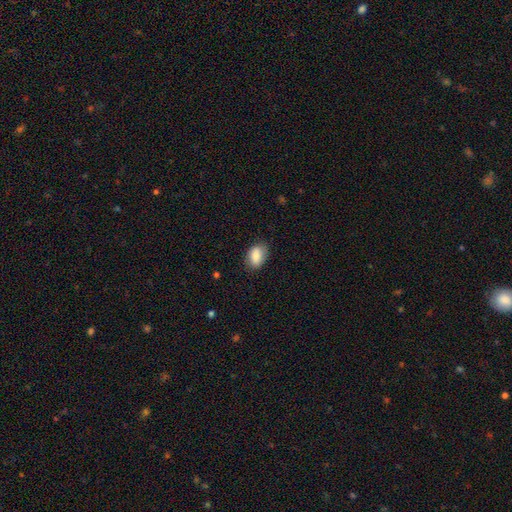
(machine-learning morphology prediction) type=smooth (83%); roundness=in between (84%); merging=none (80%).